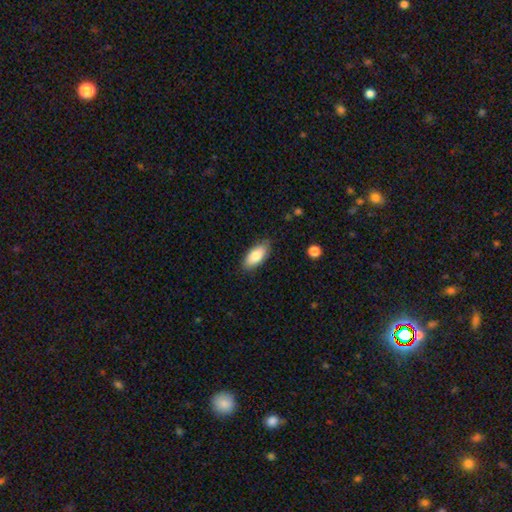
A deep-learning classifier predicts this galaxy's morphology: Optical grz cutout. It shows a smooth galaxy with no disk features (81%) that is in between round and cigar-shaped (88%). Merging: none (84%).